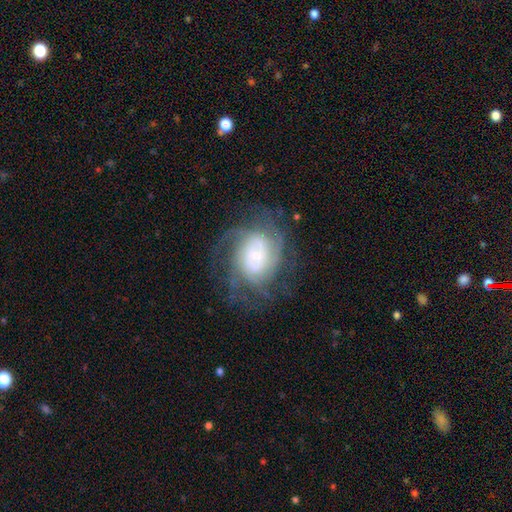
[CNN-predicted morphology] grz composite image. It shows a featured or disk galaxy (79%) with no bar (60%), tight (56%) spiral arms (92%) and a small central bulge (61%). Merging: none (66%).